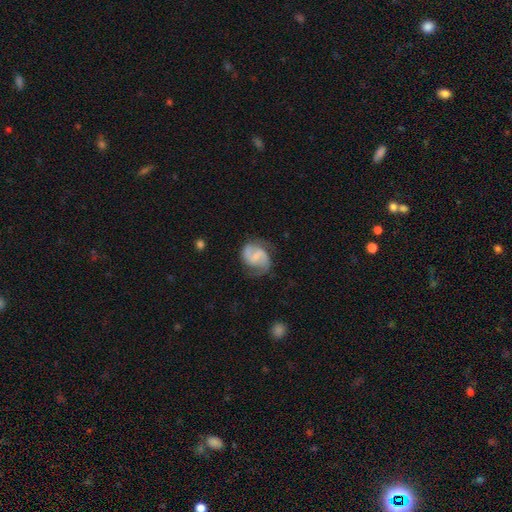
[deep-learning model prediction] Overall: featured or disk (82%). Edge-on disk: no (98%). Bar: weak (52%; no 27%). Spiral arms: yes (96%). Spiral arm count: 2 (90%). Spiral winding: medium (53%; loose 27%). Bulge size: small (44%; none 34%). Merging: none (71%).